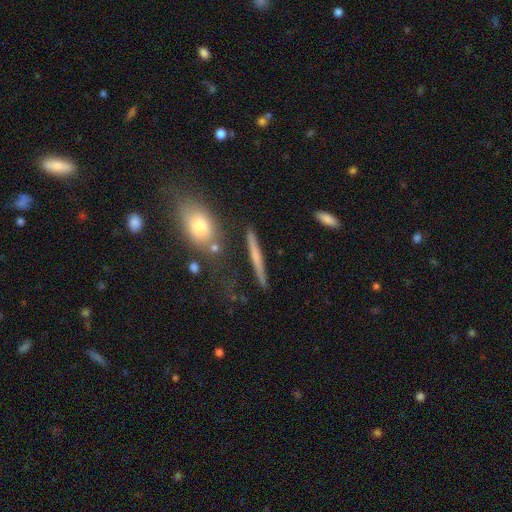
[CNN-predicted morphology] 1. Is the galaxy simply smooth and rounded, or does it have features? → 48% featured or disk, 44% smooth, 9% star or artifact.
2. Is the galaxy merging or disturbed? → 80% none, 11% minor disturbance, 5% merger, 4% major disturbance.